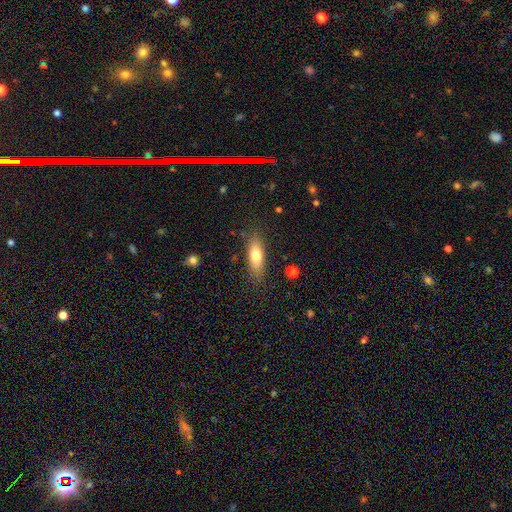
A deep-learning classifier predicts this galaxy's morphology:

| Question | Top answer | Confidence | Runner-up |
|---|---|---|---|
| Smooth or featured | smooth | 74% | featured or disk (19%) |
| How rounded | in between | 65% | cigar-shaped (33%) |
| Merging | none | 83% | minor disturbance (12%) |